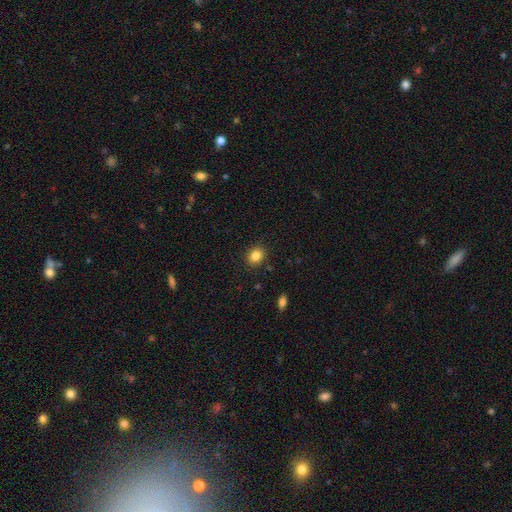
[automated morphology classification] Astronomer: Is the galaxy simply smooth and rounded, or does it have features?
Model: smooth — 85%.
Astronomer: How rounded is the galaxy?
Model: round — 60% (runner-up: in between, 39%).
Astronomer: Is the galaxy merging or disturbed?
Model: none — 89%.